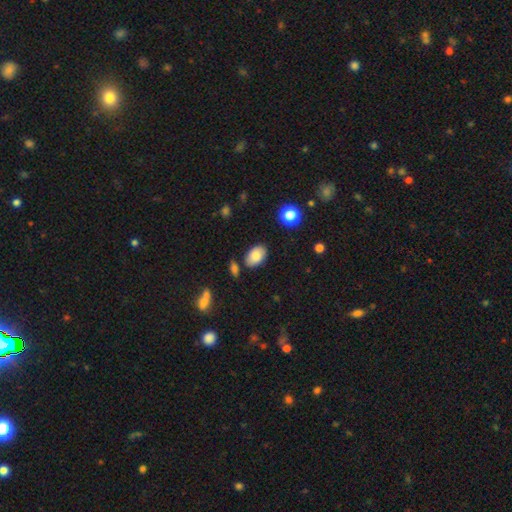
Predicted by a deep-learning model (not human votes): smooth_or_featured: smooth (p=0.83) [alt: featured or disk p=0.10]
how_rounded: in between (p=0.90) [alt: round p=0.09]
merging: none (p=0.81) [alt: minor disturbance p=0.12]